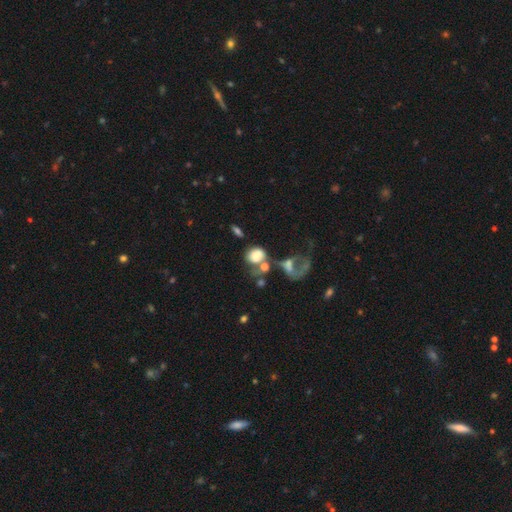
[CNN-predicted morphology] Smooth or featured?
  - smooth: 64% *
  - featured or disk: 24%
  - star or artifact: 12%
How rounded?
  - round: 60% *
  - in between: 39%
  - cigar-shaped: 2%
Merging?
  - merger: 41% *
  - none: 25%
  - major disturbance: 21%
  - minor disturbance: 12%